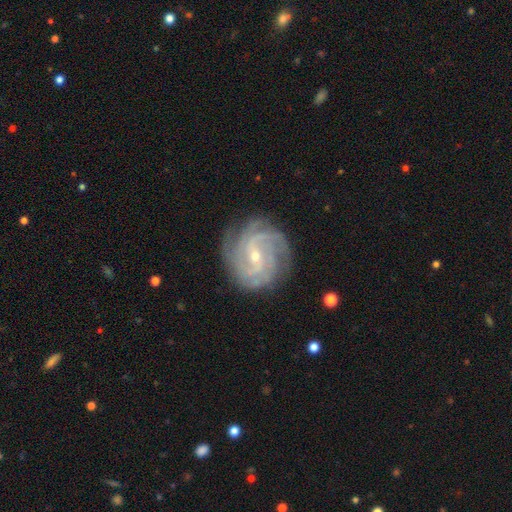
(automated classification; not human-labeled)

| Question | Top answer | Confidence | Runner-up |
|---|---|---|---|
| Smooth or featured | featured or disk | 90% | star or artifact (5%) |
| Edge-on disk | no | 97% | yes (3%) |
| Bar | weak | 55% | no (25%) |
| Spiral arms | yes | 98% | no (2%) |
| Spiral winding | tight | 63% | medium (32%) |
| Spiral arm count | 4 | 27% | 3 (25%) |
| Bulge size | small | 67% | moderate (30%) |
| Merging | none | 80% | minor disturbance (15%) |